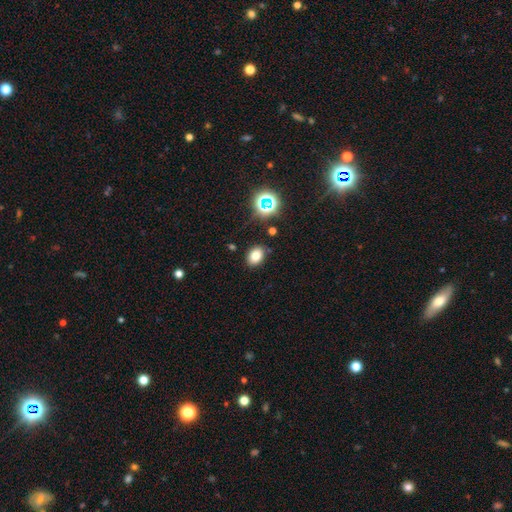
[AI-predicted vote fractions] Morphology: type=smooth (77%); roundness=in between (69%); merging=none (86%).